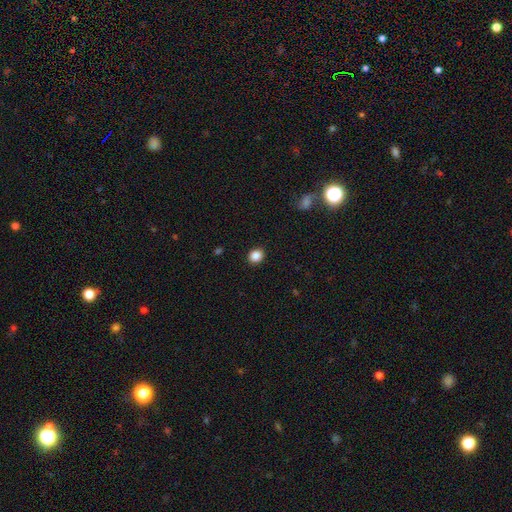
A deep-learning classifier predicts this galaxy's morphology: Q: Smooth or featured?
A: smooth (87%); runner-up: star or artifact (10%)
Q: How rounded?
A: round (76%); runner-up: in between (23%)
Q: Merging?
A: none (91%); runner-up: minor disturbance (6%)